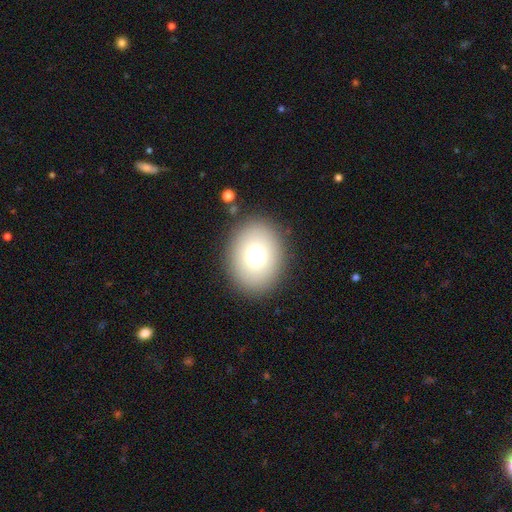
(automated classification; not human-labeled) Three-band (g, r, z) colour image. It shows a smooth galaxy with no disk features (76%) that is in between round and cigar-shaped (51%). Merging: none (89%).